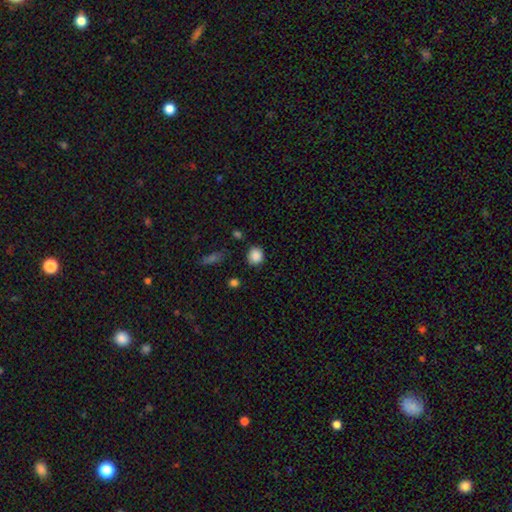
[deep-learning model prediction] Smooth or featured? Predicted: smooth (p=0.87). How rounded? Predicted: round (p=0.83). Merging? Predicted: none (p=0.84).